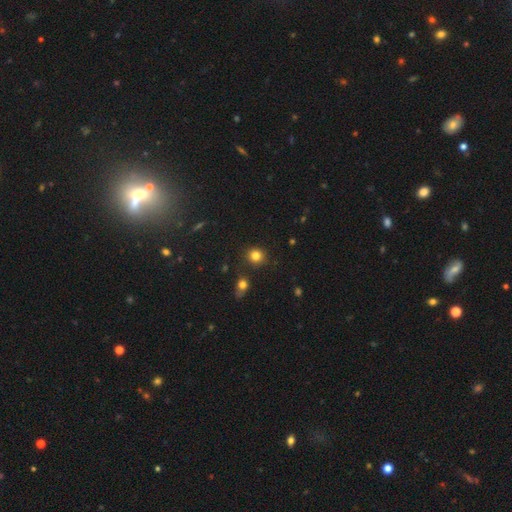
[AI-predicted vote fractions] Smooth or featured?
  - smooth: 81% *
  - star or artifact: 13%
  - featured or disk: 6%
How rounded?
  - round: 86% *
  - in between: 13%
  - cigar-shaped: 1%
Merging?
  - none: 84% *
  - minor disturbance: 8%
  - merger: 5%
  - major disturbance: 3%